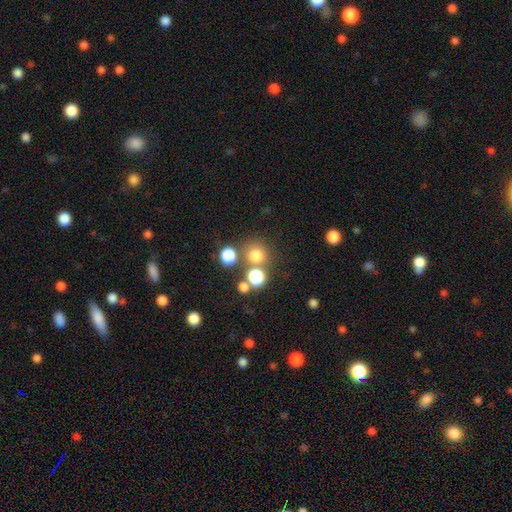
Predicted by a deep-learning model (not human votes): A smooth galaxy with no disk features (73%) that is round (91%).

Vote fractions:
- Smooth or featured? smooth: 73% / star or artifact: 19% / featured or disk: 7%
- How rounded? round: 91% / in between: 8% / cigar-shaped: 1%
- Merging? none: 70% / merger: 18% / minor disturbance: 8% / major disturbance: 4%